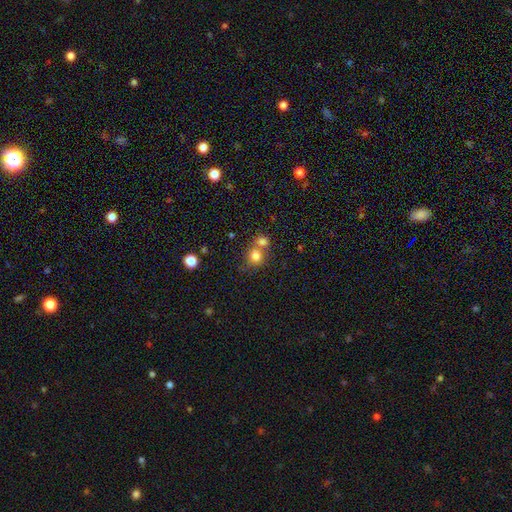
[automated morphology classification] Smooth or featured?
  - smooth: 79% *
  - star or artifact: 12%
  - featured or disk: 9%
How rounded?
  - round: 81% *
  - in between: 18%
  - cigar-shaped: 1%
Merging?
  - none: 45% *
  - merger: 43%
  - minor disturbance: 8%
  - major disturbance: 4%